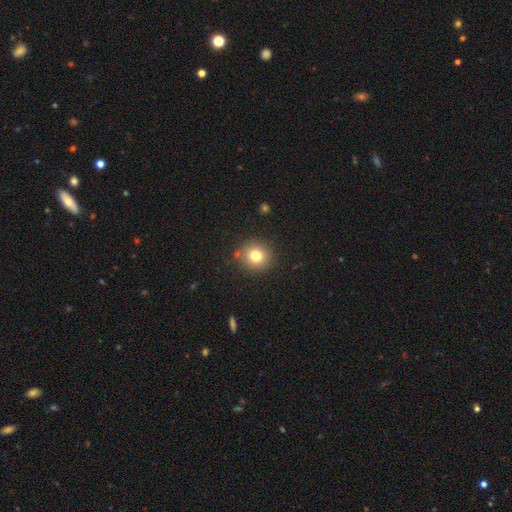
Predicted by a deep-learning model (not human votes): smooth-or-featured: smooth: 77% | star or artifact: 13% | featured or disk: 9%
  how-rounded: round: 91% | in between: 8% | cigar-shaped: 1%
  merging: none: 86% | minor disturbance: 8% | merger: 3% | major disturbance: 3%